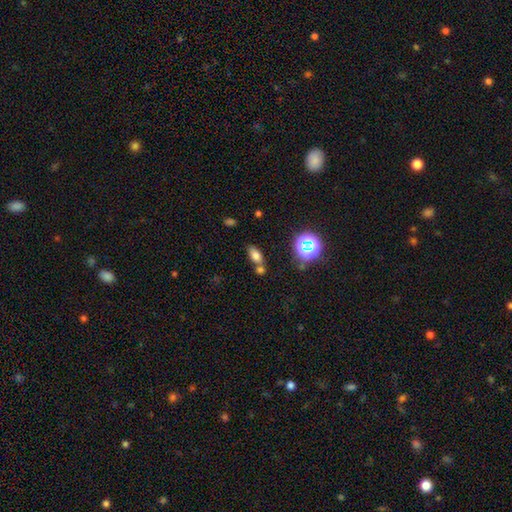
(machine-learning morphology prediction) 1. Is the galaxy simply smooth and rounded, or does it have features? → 72% smooth, 17% star or artifact, 12% featured or disk.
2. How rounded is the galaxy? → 82% in between, 11% round, 7% cigar-shaped.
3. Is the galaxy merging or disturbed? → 55% none, 29% merger, 12% minor disturbance, 4% major disturbance.